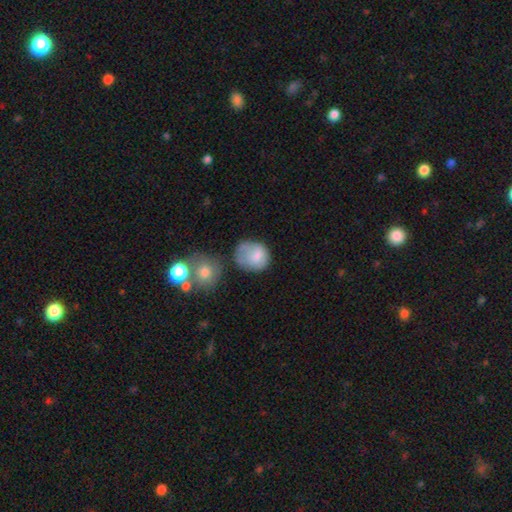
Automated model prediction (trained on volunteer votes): smooth-or-featured: smooth: 75% | featured or disk: 17% | star or artifact: 8%
  how-rounded: round: 70% | in between: 29% | cigar-shaped: 1%
  merging: none: 47% | minor disturbance: 30% | major disturbance: 14% | merger: 9%